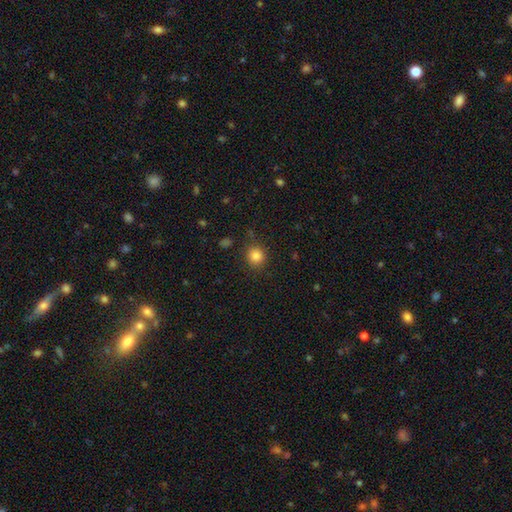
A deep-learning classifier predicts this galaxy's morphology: A smooth galaxy with no disk features (85%) that is round (86%). Merging: none (83%).